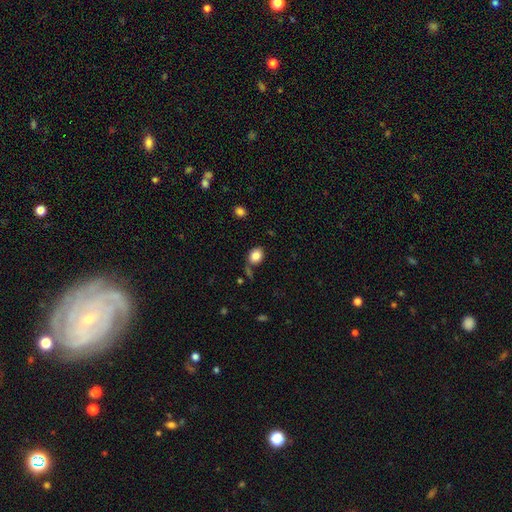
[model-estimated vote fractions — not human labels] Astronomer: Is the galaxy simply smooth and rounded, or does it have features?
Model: smooth — 85%.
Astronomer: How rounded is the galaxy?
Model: in between — 61% (runner-up: round, 38%).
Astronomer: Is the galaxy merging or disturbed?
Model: none — 71%.